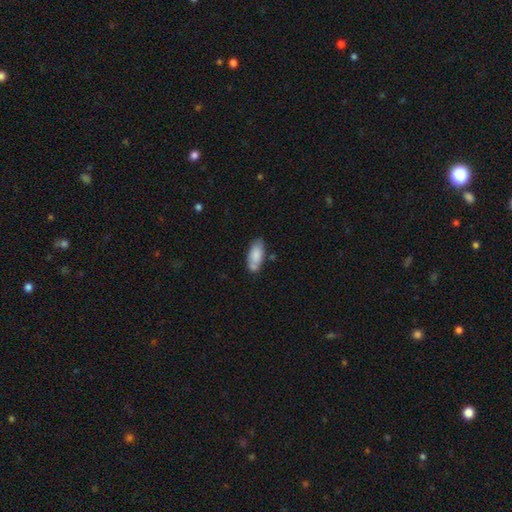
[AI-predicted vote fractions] Smooth or featured? smooth (79%)
How rounded? in between (84%)
Merging? none (62%)